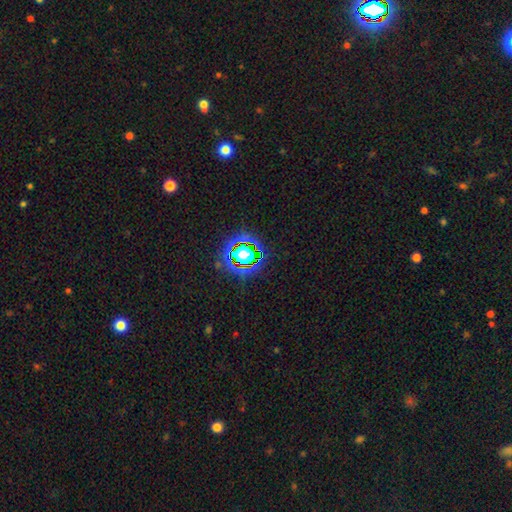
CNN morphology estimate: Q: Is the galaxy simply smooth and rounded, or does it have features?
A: star or artifact — 81%.